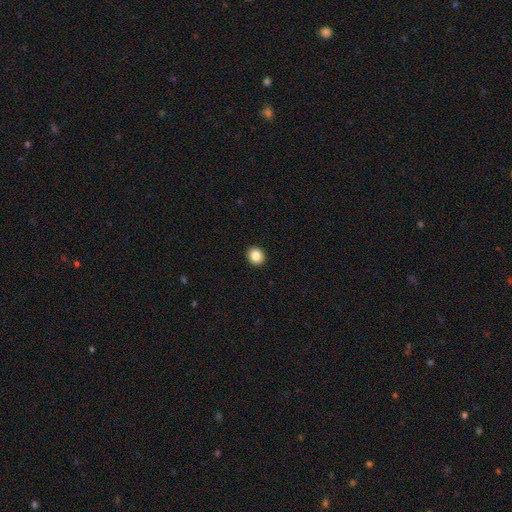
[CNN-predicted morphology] This appears to be a smooth galaxy with no disk features (85%) that is round (76%). Merging: none (93%).